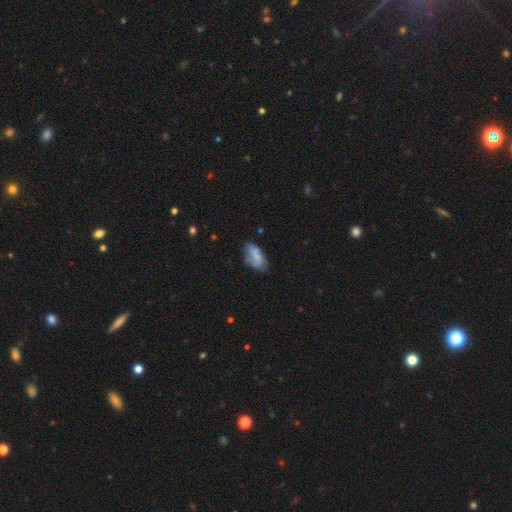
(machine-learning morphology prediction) smooth-or-featured: smooth: 64% | featured or disk: 28% | star or artifact: 9%
  how-rounded: in between: 89% | cigar-shaped: 7% | round: 4%
  merging: none: 50% | minor disturbance: 30% | major disturbance: 13% | merger: 7%